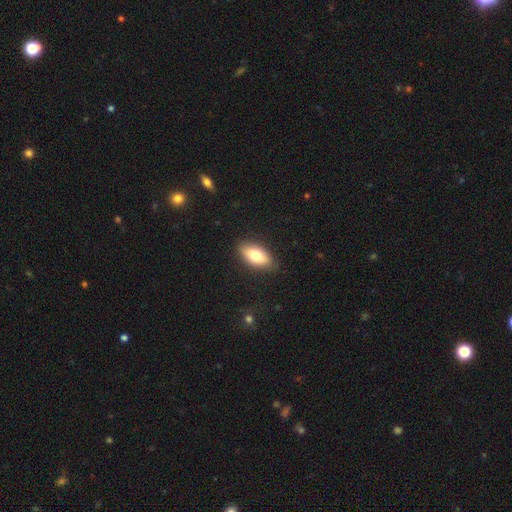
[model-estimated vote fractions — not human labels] Morphology: type=smooth (75%); roundness=in between (88%); merging=none (86%).